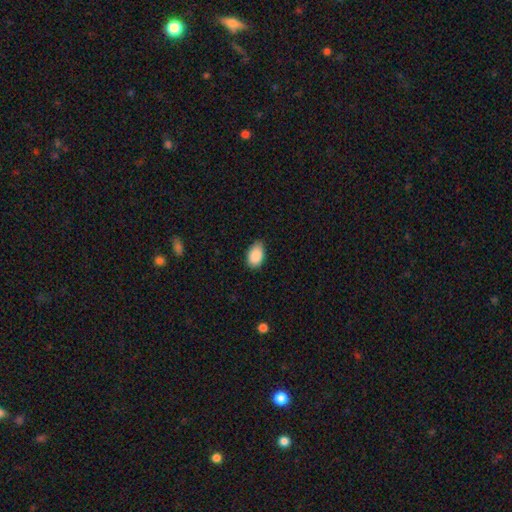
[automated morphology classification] A smooth galaxy with no disk features (90%) that is in between round and cigar-shaped (90%). Merging: none (71%).